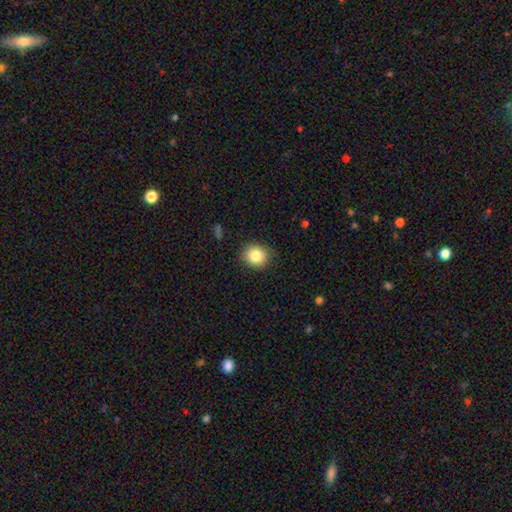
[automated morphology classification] Smooth or featured? Predicted: smooth (p=0.84). How rounded? Predicted: round (p=0.81). Merging? Predicted: none (p=0.87).